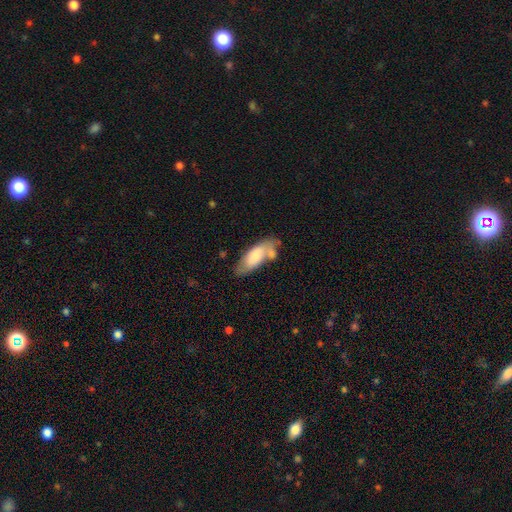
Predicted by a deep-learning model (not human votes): This is likely a smooth galaxy (71%). How rounded: likely in between (76%). Merging: marginally none (44%).